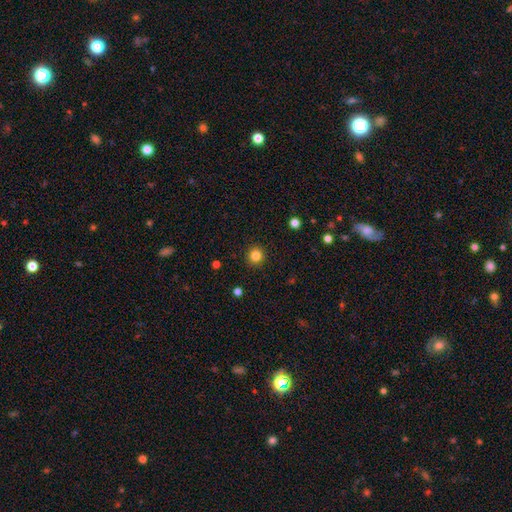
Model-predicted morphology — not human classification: This is clearly a smooth galaxy (83%). How rounded: clearly round (94%). Merging: clearly none (92%).